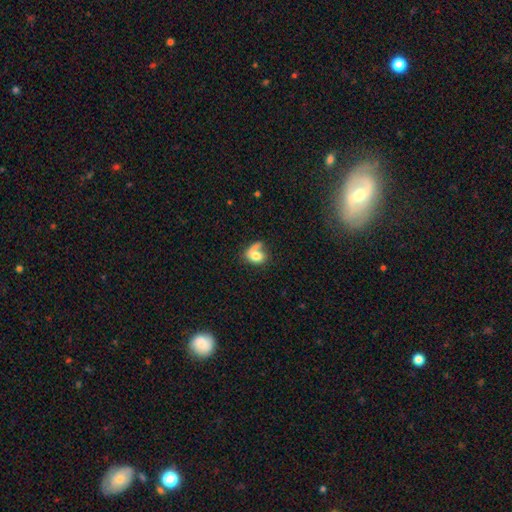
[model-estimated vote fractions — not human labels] Smooth or featured? Predicted: smooth (p=0.61). How rounded? Predicted: in between (p=0.64). Merging? Predicted: none (p=0.34).